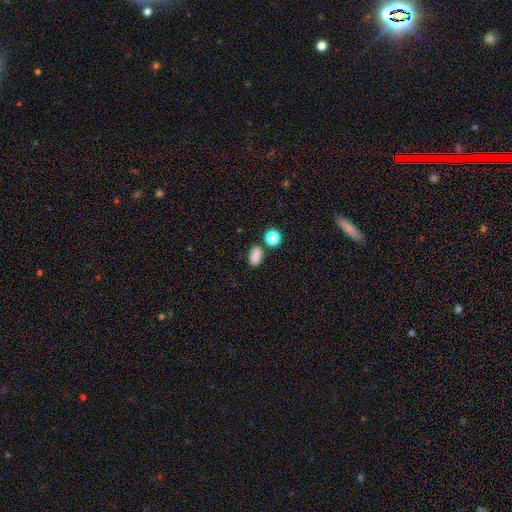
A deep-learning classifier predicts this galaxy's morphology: smooth 85%, star or artifact 11%, featured or disk 4%. Down the decision tree: how rounded — in between (85%); merging — none (76%).